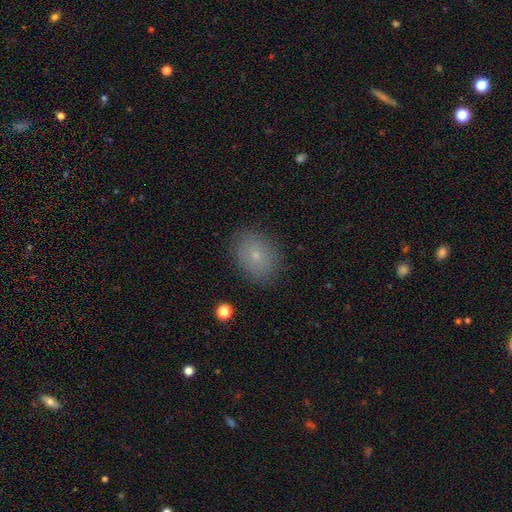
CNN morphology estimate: smooth_or_featured: smooth (p=0.74) [alt: featured or disk p=0.15]
how_rounded: in between (p=0.63) [alt: round p=0.36]
merging: none (p=0.86) [alt: minor disturbance p=0.10]